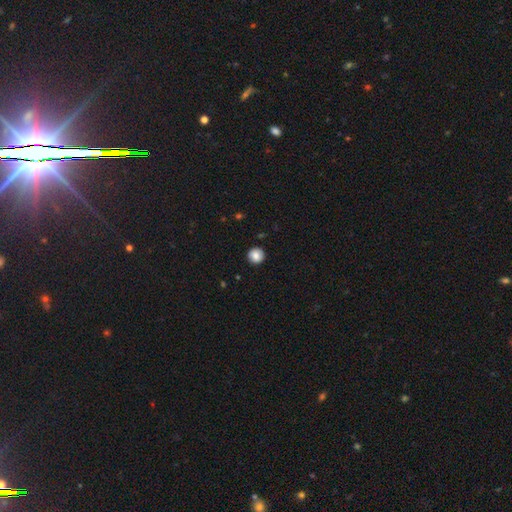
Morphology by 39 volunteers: Overall: smooth (85%). How rounded: round (97%). Merging: none (97%).